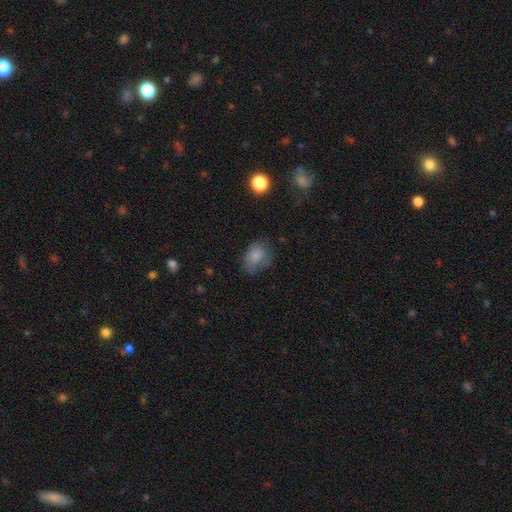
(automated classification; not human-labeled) A smooth galaxy with no disk features (77%) that is in between round and cigar-shaped (64%).

Vote fractions:
- Smooth or featured? smooth: 77% / featured or disk: 11% / star or artifact: 11%
- How rounded? in between: 64% / round: 34% / cigar-shaped: 1%
- Merging? none: 49% / minor disturbance: 31% / major disturbance: 16% / merger: 3%